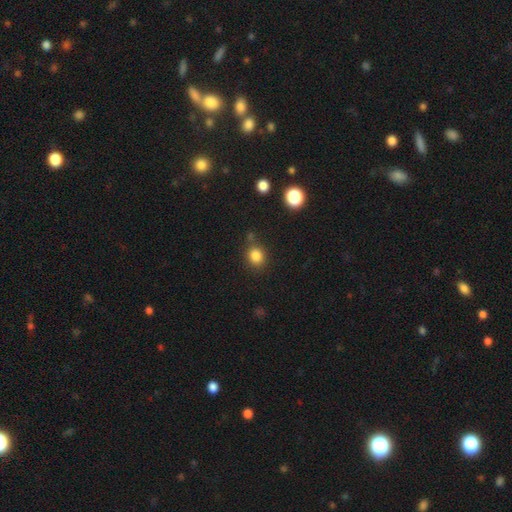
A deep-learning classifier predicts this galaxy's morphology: smooth_or_featured: smooth (p=0.84) [alt: star or artifact p=0.12]
how_rounded: round (p=0.72) [alt: in between p=0.27]
merging: none (p=0.76) [alt: minor disturbance p=0.13]